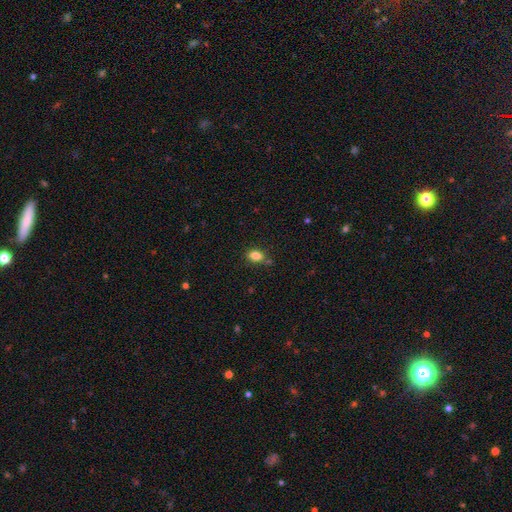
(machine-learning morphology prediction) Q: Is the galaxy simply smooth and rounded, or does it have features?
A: smooth — 84%.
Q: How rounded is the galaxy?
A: in between — 80%.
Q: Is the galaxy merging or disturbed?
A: none — 75%.